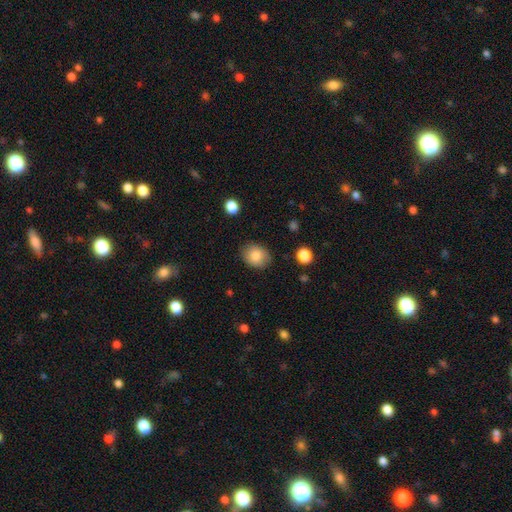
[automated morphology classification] smooth-or-featured: smooth: 84% | star or artifact: 9% | featured or disk: 7%
  how-rounded: round: 52% | in between: 47% | cigar-shaped: 1%
  merging: none: 83% | minor disturbance: 12% | major disturbance: 3% | merger: 1%